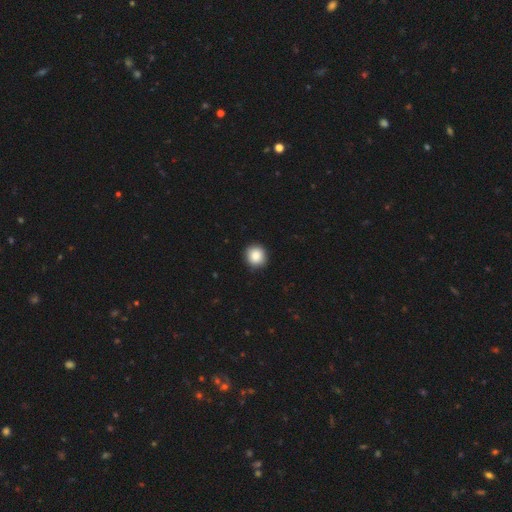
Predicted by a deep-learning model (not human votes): Smooth or featured? Predicted: smooth (p=0.88). How rounded? Predicted: round (p=0.90). Merging? Predicted: none (p=0.91).